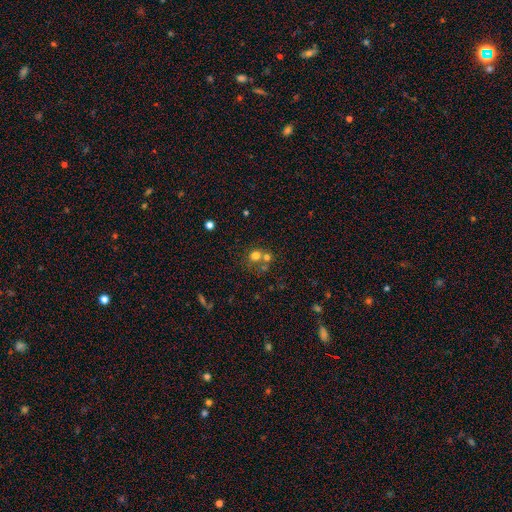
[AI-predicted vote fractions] Overall: smooth (70%). How rounded: round (79%). Merging: none (45%; merger 42%).